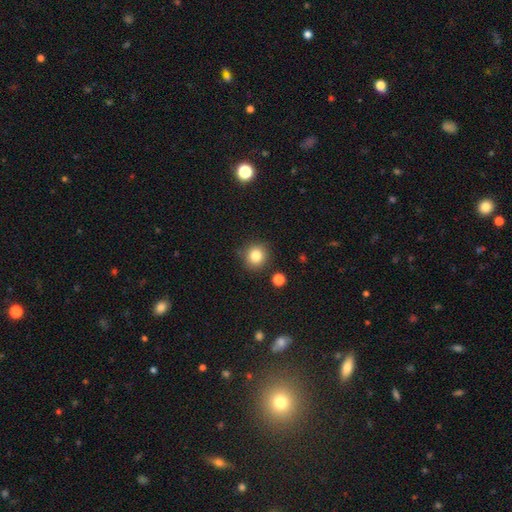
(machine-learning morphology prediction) smooth 83%, star or artifact 11%, featured or disk 6%. Down the decision tree: how rounded — round (90%); merging — none (85%).